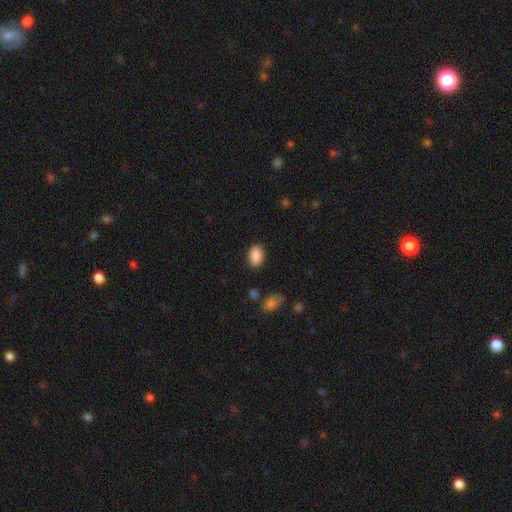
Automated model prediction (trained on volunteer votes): smooth-or-featured: smooth: 89% | star or artifact: 8% | featured or disk: 4%
  how-rounded: in between: 88% | round: 11% | cigar-shaped: 2%
  merging: none: 84% | minor disturbance: 12% | major disturbance: 3% | merger: 2%